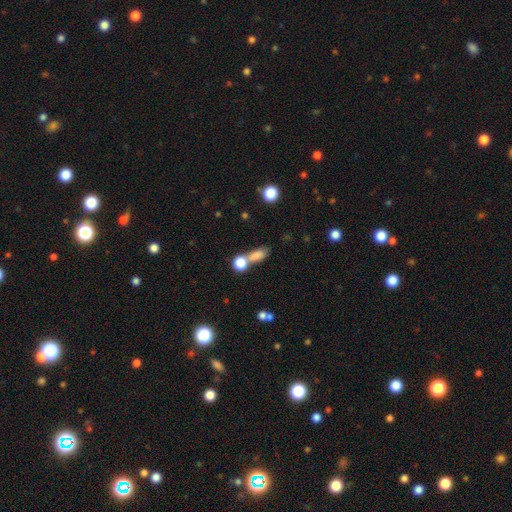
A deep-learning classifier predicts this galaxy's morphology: Smooth or featured? Predicted: smooth (p=0.79). How rounded? Predicted: in between (p=0.65). Merging? Predicted: merger (p=0.42).